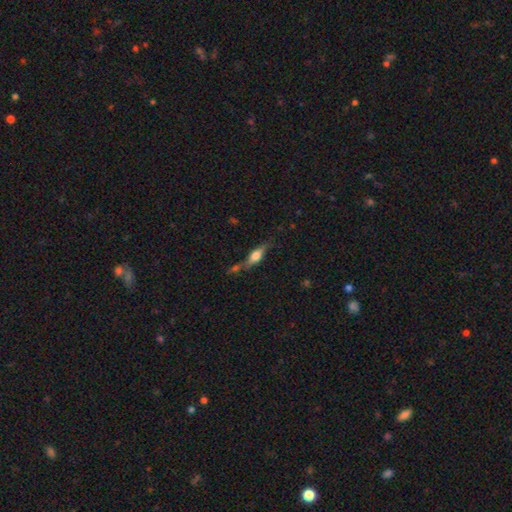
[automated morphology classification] Smooth or featured? Predicted: featured or disk (p=0.51). Edge-on disk? Predicted: yes (p=0.87). Merging? Predicted: none (p=0.54).